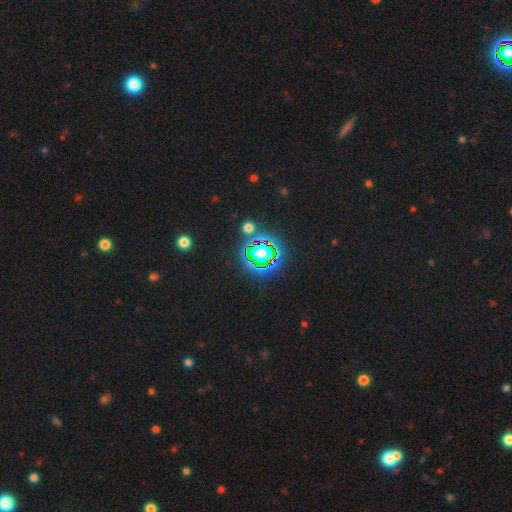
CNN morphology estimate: star or artifact 82%, smooth 12%, featured or disk 6%.